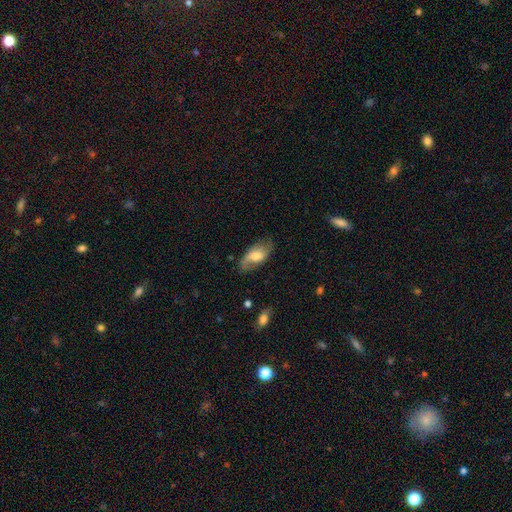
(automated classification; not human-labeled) Q: Smooth or featured?
A: featured or disk (53%); runner-up: smooth (40%)
Q: Edge-on disk?
A: no (91%); runner-up: yes (9%)
Q: Merging?
A: none (68%); runner-up: minor disturbance (22%)